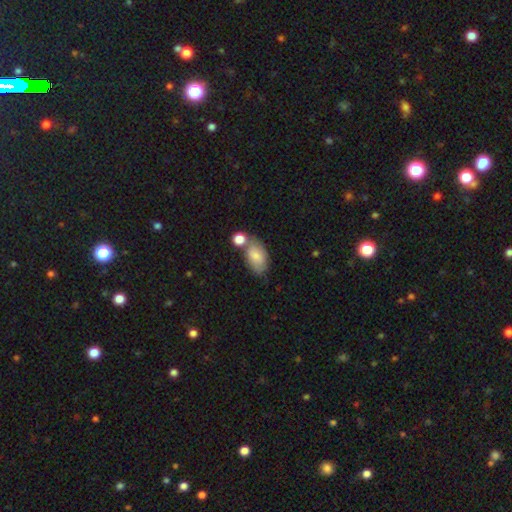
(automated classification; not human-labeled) This is likely a smooth galaxy (74%). How rounded: clearly in between (91%). Merging: possibly none (48%).